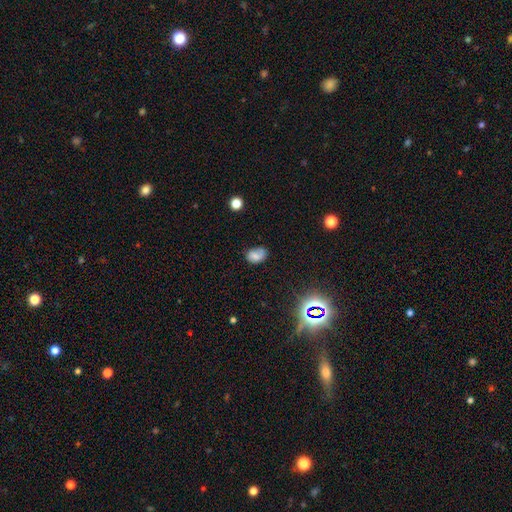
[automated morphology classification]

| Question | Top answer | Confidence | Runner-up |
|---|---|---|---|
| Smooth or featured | smooth | 67% | featured or disk (19%) |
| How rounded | in between | 77% | round (21%) |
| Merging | none | 51% | minor disturbance (32%) |